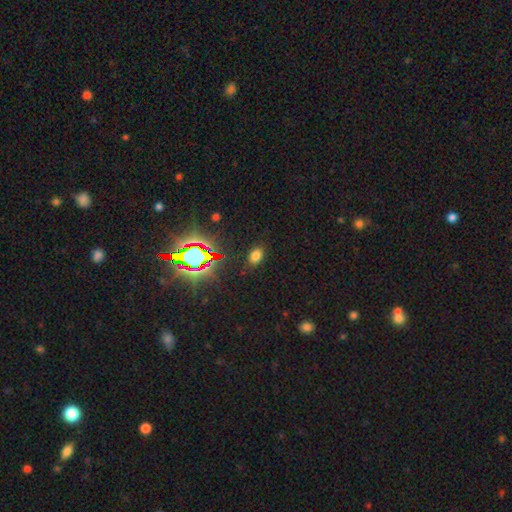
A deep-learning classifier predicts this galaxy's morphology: smooth-or-featured: smooth: 69% | star or artifact: 25% | featured or disk: 7%
  how-rounded: in between: 78% | round: 20% | cigar-shaped: 2%
  merging: none: 87% | minor disturbance: 9% | major disturbance: 3% | merger: 1%